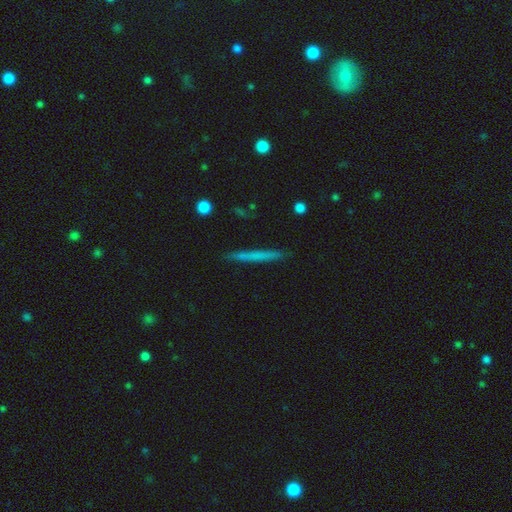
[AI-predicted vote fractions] A smooth galaxy with no disk features (59%) that is cigar-shaped (96%).

Vote fractions:
- Smooth or featured? smooth: 59% / featured or disk: 35% / star or artifact: 7%
- How rounded? cigar-shaped: 96% / in between: 2% / round: 2%
- Merging? none: 90% / minor disturbance: 8% / major disturbance: 2% / merger: 1%